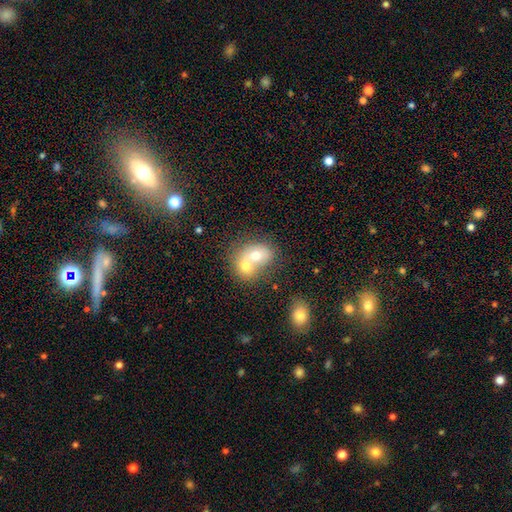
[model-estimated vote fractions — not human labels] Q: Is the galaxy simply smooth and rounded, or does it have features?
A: smooth — 64%.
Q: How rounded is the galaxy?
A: round — 54%.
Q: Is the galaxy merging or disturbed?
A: merger — 73%.